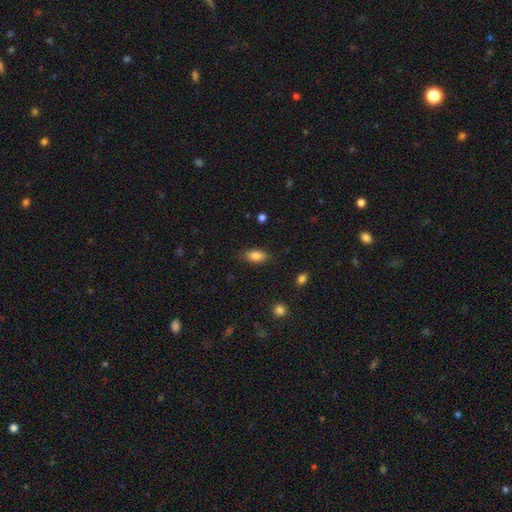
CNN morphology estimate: The model was most divided on "merging": none: 83%, minor disturbance: 13%, major disturbance: 3%, merger: 1%. More confident: how rounded — in between (87%); smooth or featured — smooth (84%).